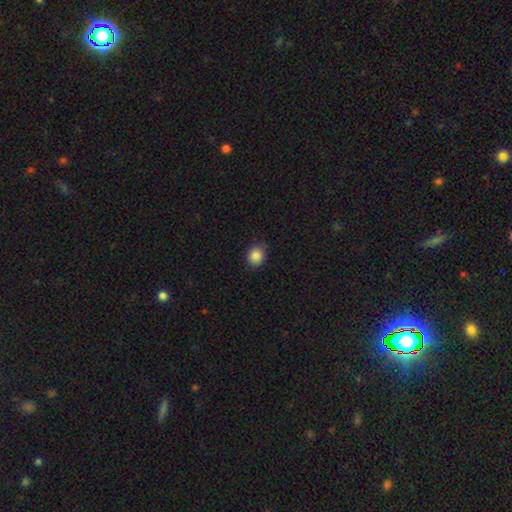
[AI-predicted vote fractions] This is clearly a smooth galaxy (86%). How rounded: likely round (70%). Merging: clearly none (86%).